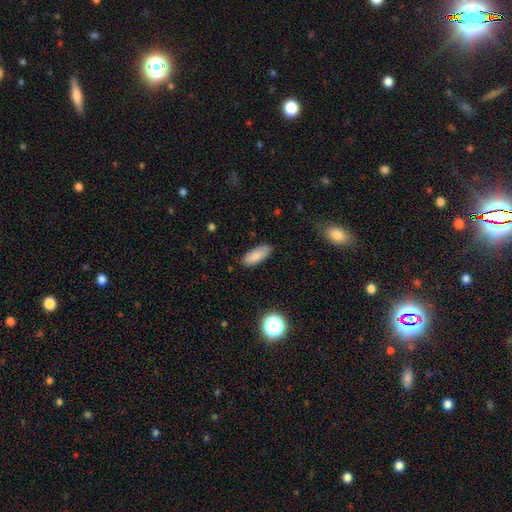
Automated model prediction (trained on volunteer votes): Smooth or featured?
  - smooth: 85% *
  - star or artifact: 8%
  - featured or disk: 8%
How rounded?
  - in between: 79% *
  - cigar-shaped: 19%
  - round: 2%
Merging?
  - none: 84% *
  - minor disturbance: 13%
  - major disturbance: 3%
  - merger: 1%